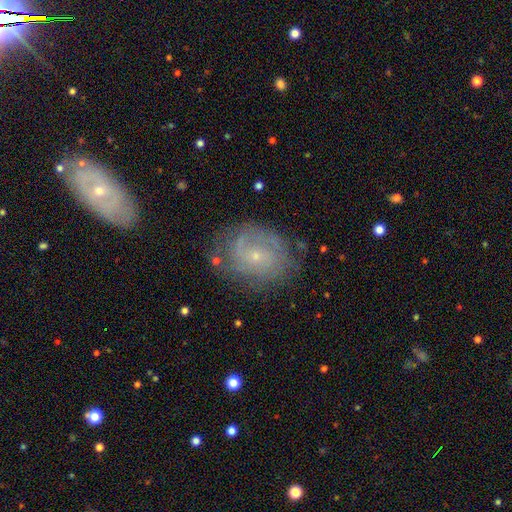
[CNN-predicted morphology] smooth-or-featured: featured or disk: 71% | smooth: 20% | star or artifact: 9%
  disk-edge-on: no: 97% | yes: 3%
    bar: no: 72% | weak: 24% | strong: 4%
    has-spiral-arms: yes: 85% | no: 15%
      spiral-winding: tight: 56% | medium: 32% | loose: 12%
      spiral-arm-count: can't tell: 44% | 2: 30% | 3: 11% | 1: 6% | 4: 5% | more than 4: 4%
    bulge-size: small: 82% | moderate: 14% | none: 2% | large: 1% | dominant: 1%
  merging: none: 70% | minor disturbance: 20% | major disturbance: 8% | merger: 2%